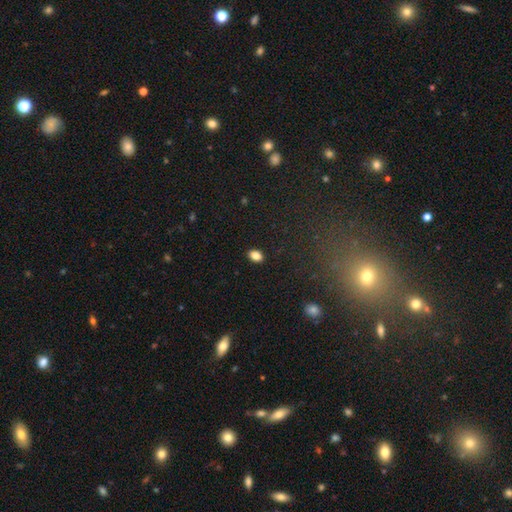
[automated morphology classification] type=smooth (85%); roundness=in between (81%); merging=none (89%).